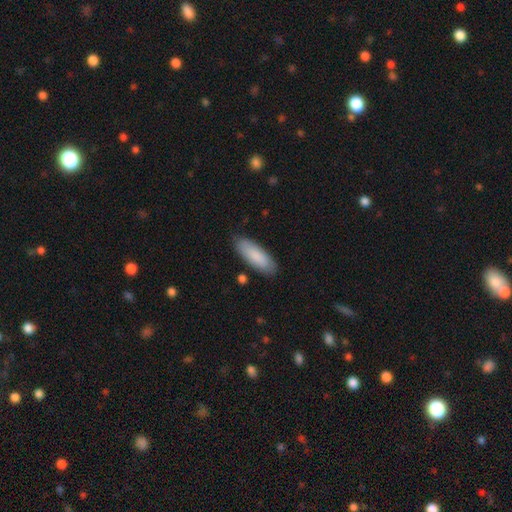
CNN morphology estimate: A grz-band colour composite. It shows a smooth galaxy with no disk features (86%) that is in between round and cigar-shaped (62%). Merging: none (85%).